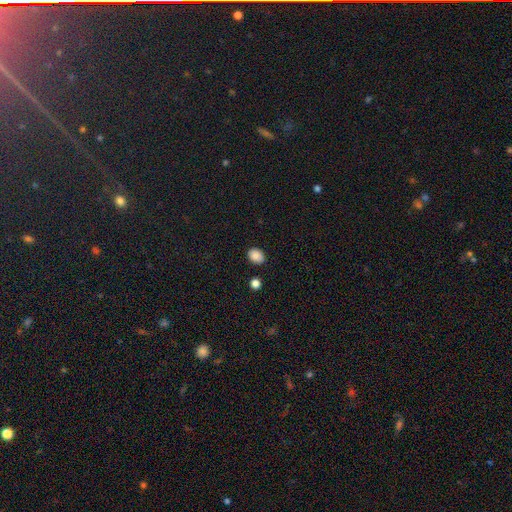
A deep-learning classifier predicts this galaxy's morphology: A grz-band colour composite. It shows a smooth galaxy with no disk features (88%) that is in between round and cigar-shaped (64%). Merging: none (86%).